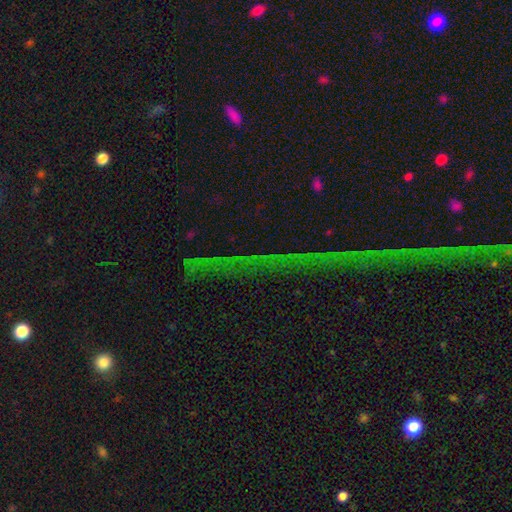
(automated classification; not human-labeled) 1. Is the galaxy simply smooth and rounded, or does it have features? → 76% star or artifact, 13% featured or disk, 11% smooth.